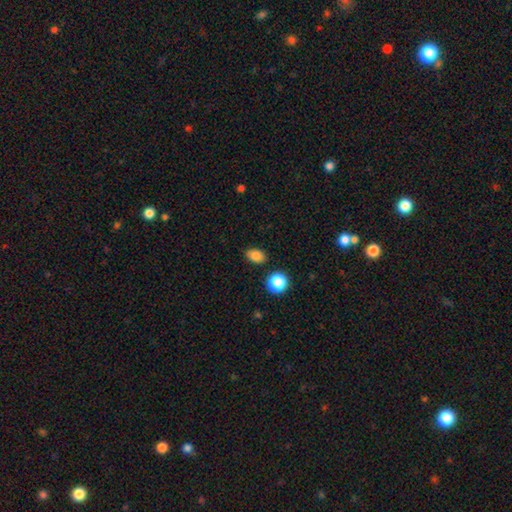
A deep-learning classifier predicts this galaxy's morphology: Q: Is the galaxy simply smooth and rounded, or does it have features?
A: smooth — 84%.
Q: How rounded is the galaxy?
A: in between — 75%.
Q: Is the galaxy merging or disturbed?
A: none — 85%.